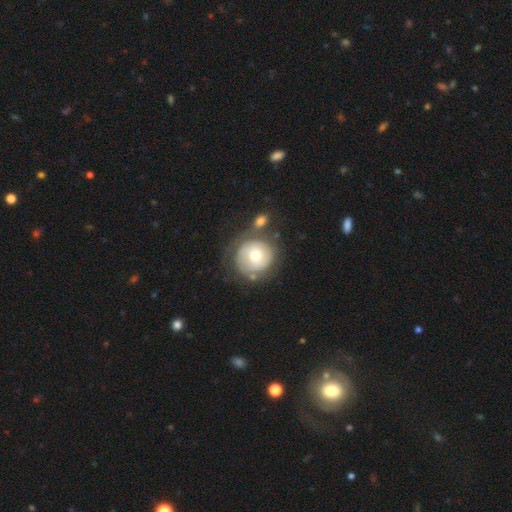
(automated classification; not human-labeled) This appears to be a smooth galaxy with no disk features (49%). Merging: none (59%).